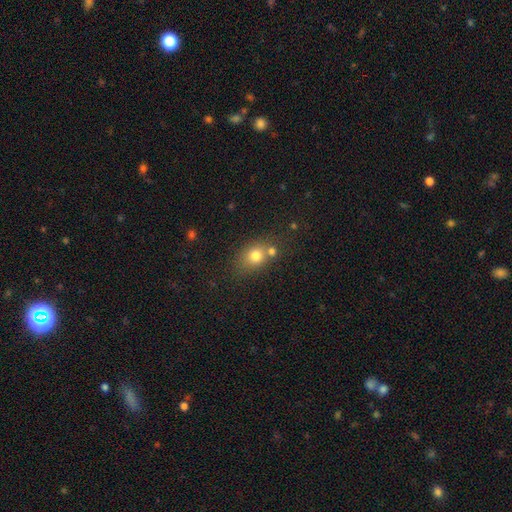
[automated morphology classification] This is likely a smooth galaxy (77%). How rounded: possibly round (52%). Merging: possibly none (54%).